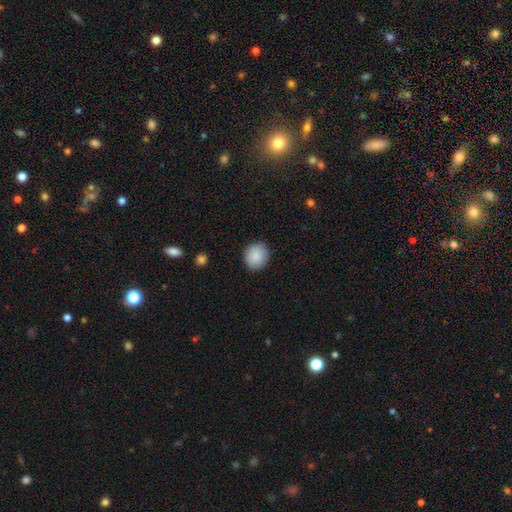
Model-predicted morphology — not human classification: A smooth galaxy with no disk features (89%) that is round (83%). Merging: none (89%).